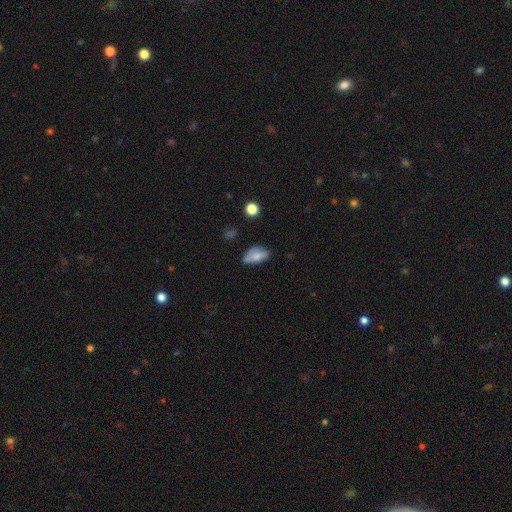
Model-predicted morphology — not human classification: Overall: smooth (66%). How rounded: in between (89%). Merging: none (49%; minor disturbance 36%).